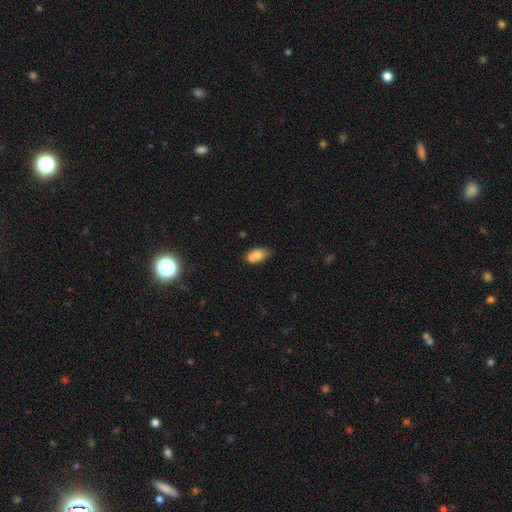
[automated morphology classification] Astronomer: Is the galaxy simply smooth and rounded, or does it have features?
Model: smooth — 74%.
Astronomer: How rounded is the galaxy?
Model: in between — 83%.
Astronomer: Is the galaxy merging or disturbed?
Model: merger — 41% (runner-up: none, 39%).